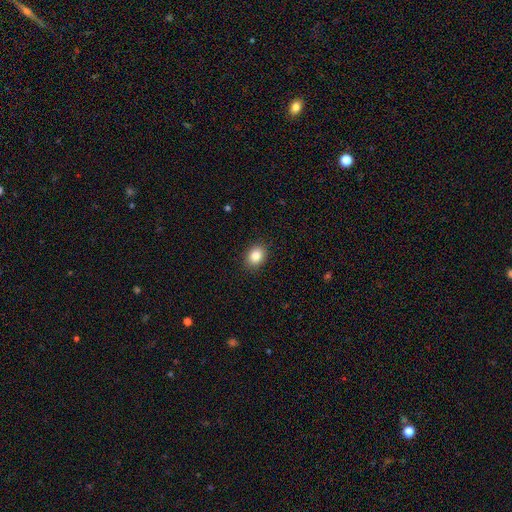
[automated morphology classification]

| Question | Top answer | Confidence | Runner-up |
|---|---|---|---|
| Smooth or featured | smooth | 85% | star or artifact (9%) |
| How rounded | in between | 57% | round (43%) |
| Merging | none | 90% | minor disturbance (7%) |